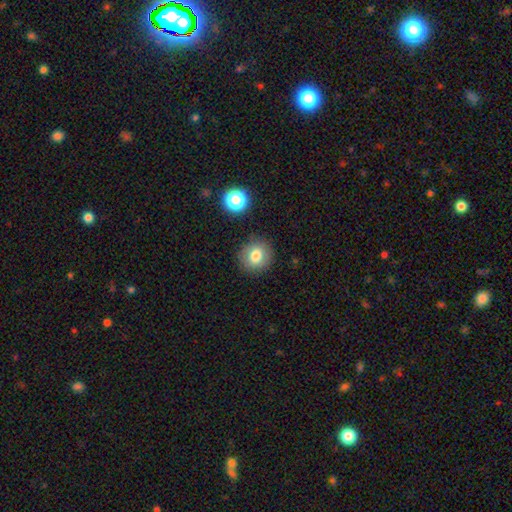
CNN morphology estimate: Smooth or featured?
  - smooth: 79% *
  - star or artifact: 11%
  - featured or disk: 10%
How rounded?
  - round: 88% *
  - in between: 11%
  - cigar-shaped: 1%
Merging?
  - none: 87% *
  - minor disturbance: 8%
  - major disturbance: 3%
  - merger: 3%